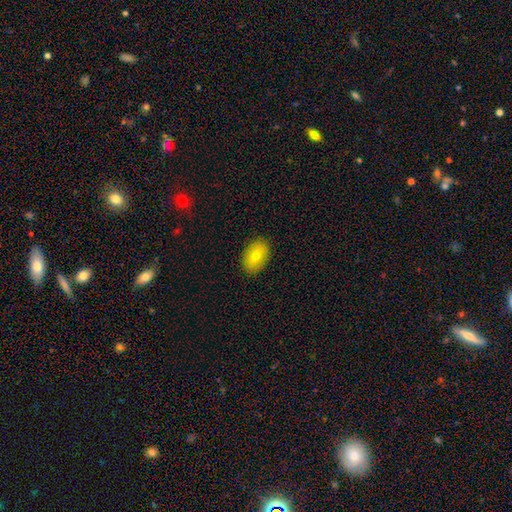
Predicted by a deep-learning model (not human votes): Smooth or featured? smooth (73%)
How rounded? in between (86%)
Merging? none (88%)